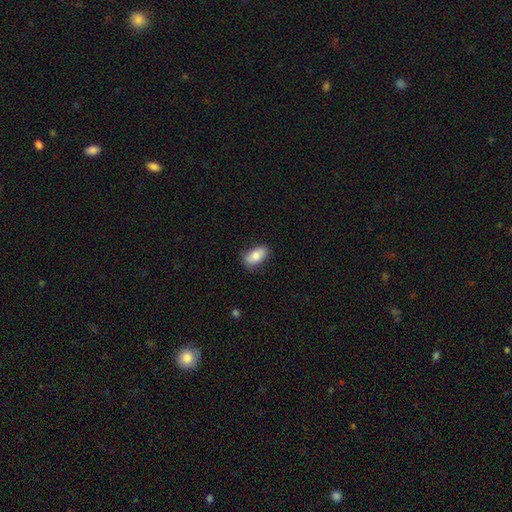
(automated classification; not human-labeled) smooth_or_featured: smooth (p=0.82) [alt: featured or disk p=0.12]
how_rounded: in between (p=0.92) [alt: round p=0.05]
merging: none (p=0.80) [alt: minor disturbance p=0.16]